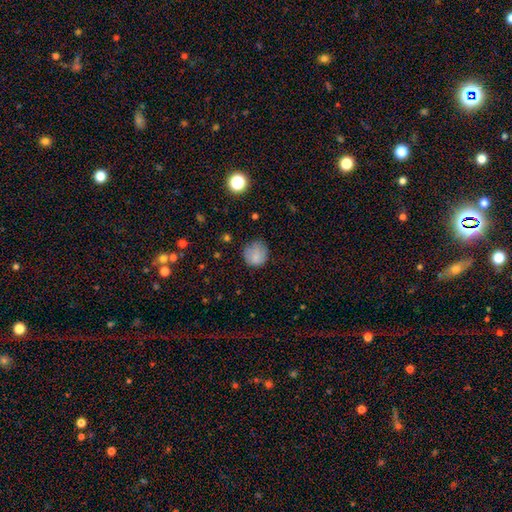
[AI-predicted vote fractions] Smooth or featured: smooth — 79% (star or artifact — 10%)
How rounded: round — 86% (in between — 14%)
Merging: none — 70% (minor disturbance — 22%)